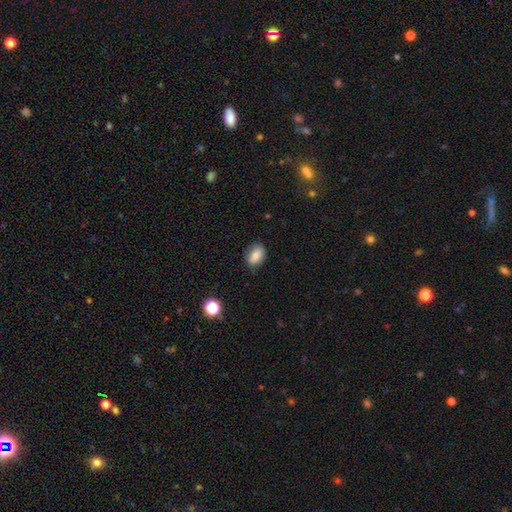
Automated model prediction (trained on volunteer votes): Smooth or featured: smooth — 83% (star or artifact — 9%)
How rounded: in between — 82% (round — 16%)
Merging: none — 80% (minor disturbance — 16%)